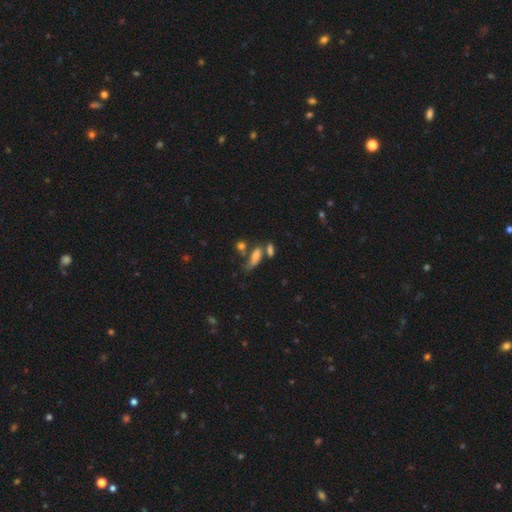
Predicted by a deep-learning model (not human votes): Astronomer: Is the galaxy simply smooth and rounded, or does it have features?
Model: smooth — 69%.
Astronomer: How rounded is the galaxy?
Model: in between — 64%.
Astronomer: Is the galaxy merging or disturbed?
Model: none — 39% (runner-up: merger, 31%).